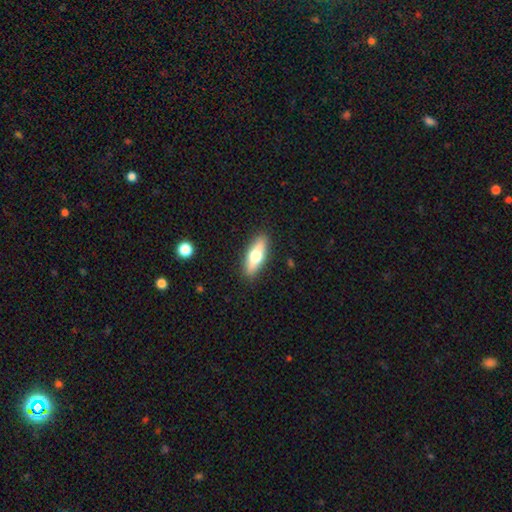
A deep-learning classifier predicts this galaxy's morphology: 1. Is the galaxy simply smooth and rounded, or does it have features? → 58% smooth, 36% featured or disk, 6% star or artifact.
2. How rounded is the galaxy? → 57% in between, 40% cigar-shaped, 3% round.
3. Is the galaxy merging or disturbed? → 89% none, 8% minor disturbance, 2% major disturbance, 1% merger.